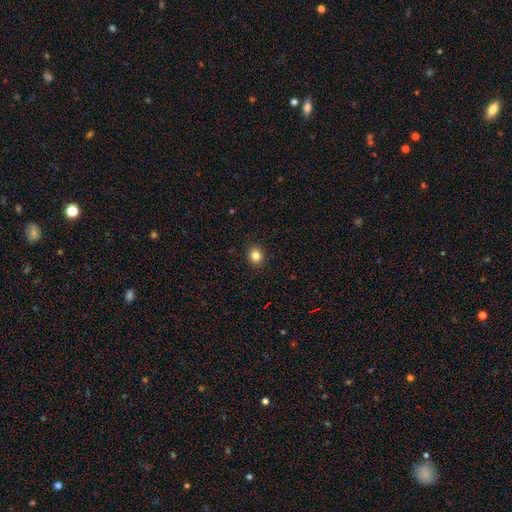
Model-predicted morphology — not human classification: smooth-or-featured: smooth: 83% | star or artifact: 12% | featured or disk: 6%
  how-rounded: round: 71% | in between: 28% | cigar-shaped: 1%
  merging: none: 91% | minor disturbance: 7% | major disturbance: 2% | merger: 1%